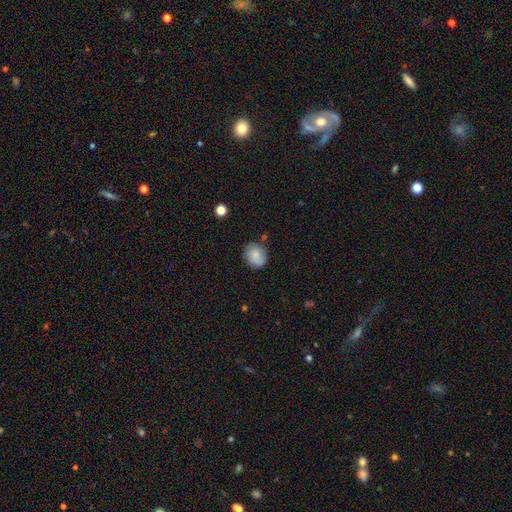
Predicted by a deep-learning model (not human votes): Morphology: type=smooth (74%); roundness=round (59%); merging=none (75%).